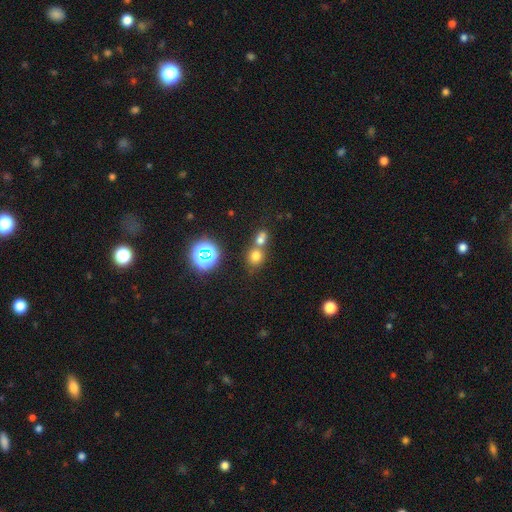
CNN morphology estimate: smooth_or_featured: smooth (p=0.67) [alt: star or artifact p=0.23]
how_rounded: round (p=0.77) [alt: in between p=0.22]
merging: none (p=0.45) [tied with: merger p=0.45]